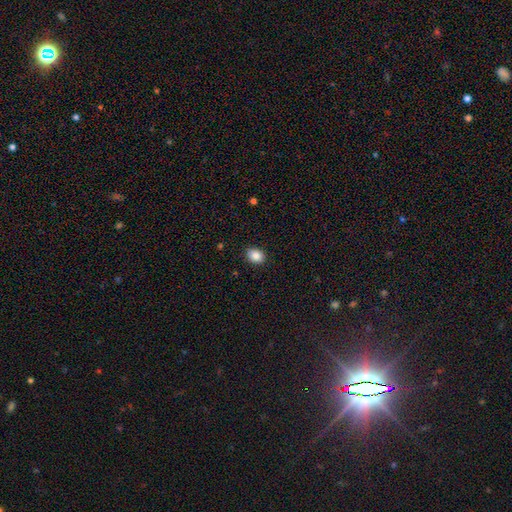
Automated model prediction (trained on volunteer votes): smooth_or_featured: smooth (p=0.86) [alt: star or artifact p=0.09]
how_rounded: in between (p=0.60) [alt: round p=0.39]
merging: none (p=0.89) [alt: minor disturbance p=0.08]